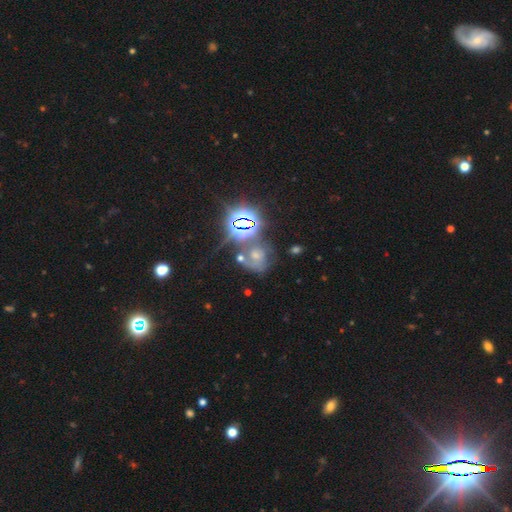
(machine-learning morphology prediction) Smooth or featured? Predicted: star or artifact (p=0.44).